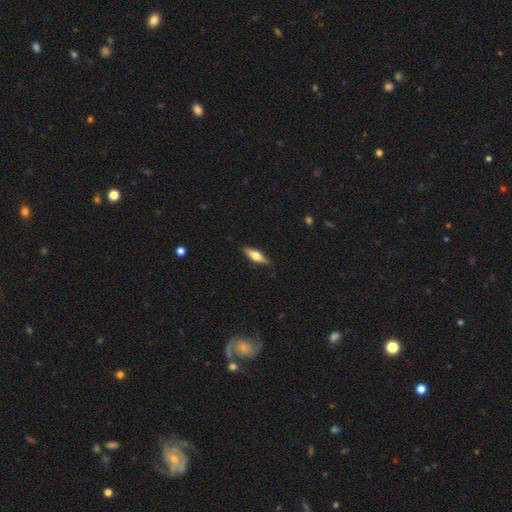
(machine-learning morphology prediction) A featured or disk galaxy (48%). Merging: none (87%).